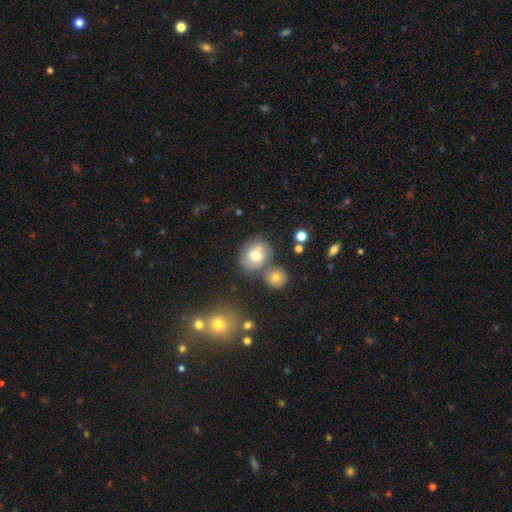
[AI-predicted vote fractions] A smooth galaxy with no disk features (64%) that is round (65%).

Vote fractions:
- Smooth or featured? smooth: 64% / featured or disk: 25% / star or artifact: 11%
- How rounded? round: 65% / in between: 34% / cigar-shaped: 1%
- Merging? none: 54% / merger: 24% / minor disturbance: 16% / major disturbance: 6%